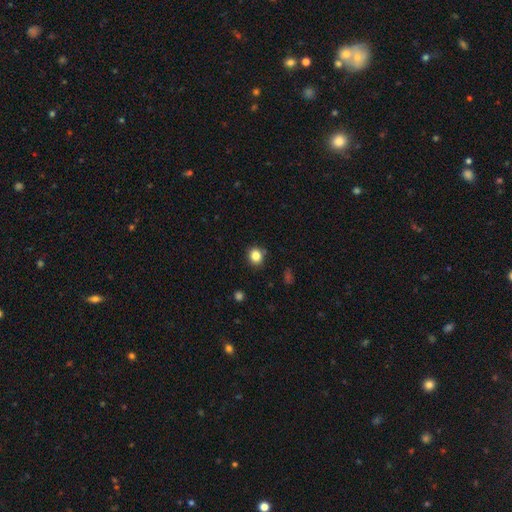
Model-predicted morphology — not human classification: A smooth galaxy with no disk features (83%) that is round (77%). Merging: none (86%).